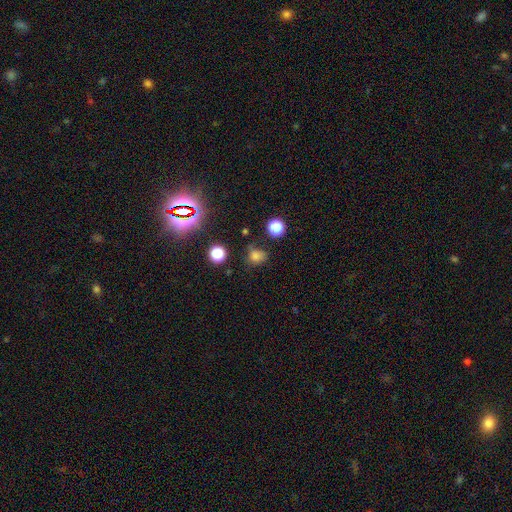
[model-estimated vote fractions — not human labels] smooth-or-featured: smooth: 71% | star or artifact: 23% | featured or disk: 7%
  how-rounded: round: 62% | in between: 36% | cigar-shaped: 1%
  merging: none: 60% | minor disturbance: 23% | major disturbance: 10% | merger: 7%